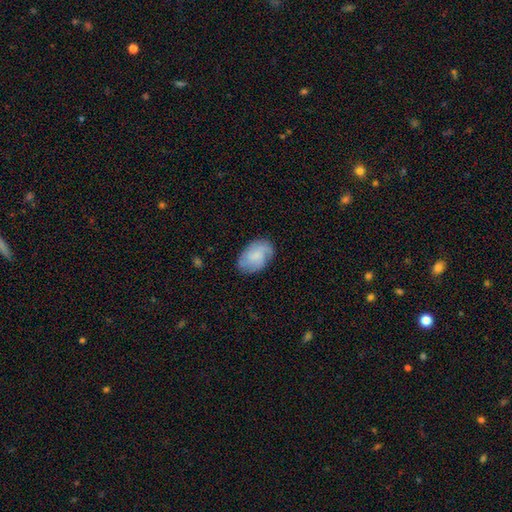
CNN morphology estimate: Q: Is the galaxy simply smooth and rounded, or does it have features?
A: smooth — 50%.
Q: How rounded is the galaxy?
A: in between — 88%.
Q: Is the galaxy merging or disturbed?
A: none — 75%.